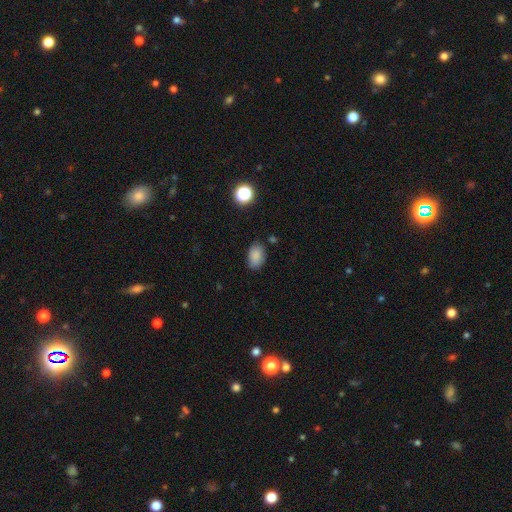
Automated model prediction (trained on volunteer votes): smooth-or-featured: smooth: 85% | star or artifact: 10% | featured or disk: 5%
  how-rounded: in between: 87% | round: 12% | cigar-shaped: 1%
  merging: none: 79% | minor disturbance: 16% | major disturbance: 3% | merger: 2%